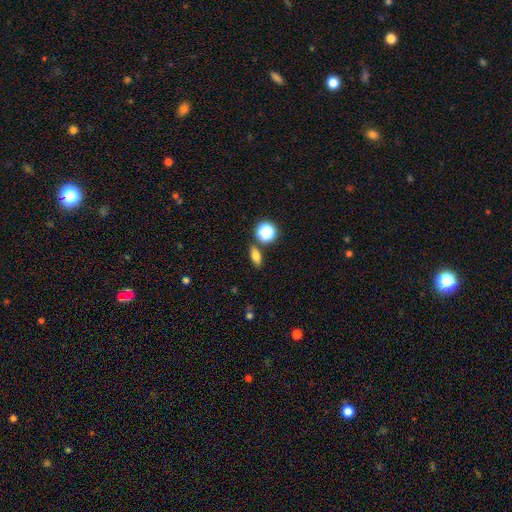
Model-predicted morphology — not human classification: A smooth galaxy with no disk features (74%) that is in between round and cigar-shaped (66%). Merging: none (82%).